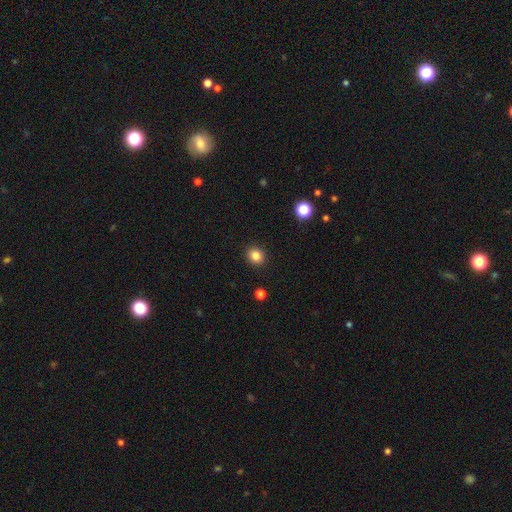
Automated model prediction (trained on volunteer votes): Smooth or featured: smooth — 84% (star or artifact — 11%)
How rounded: round — 79% (in between — 20%)
Merging: none — 92% (minor disturbance — 6%)